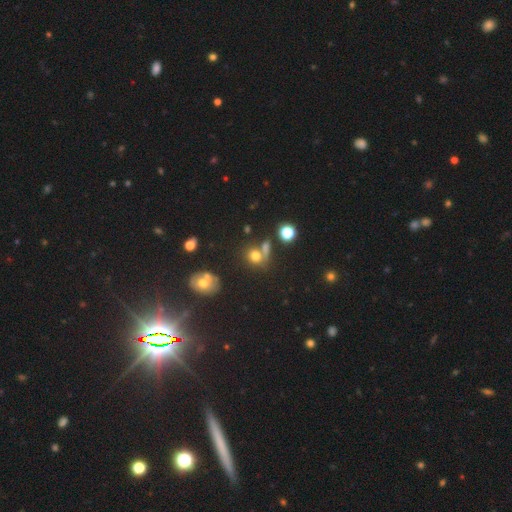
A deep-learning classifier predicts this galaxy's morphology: type=smooth (71%); roundness=round (72%); merging=none (53%).